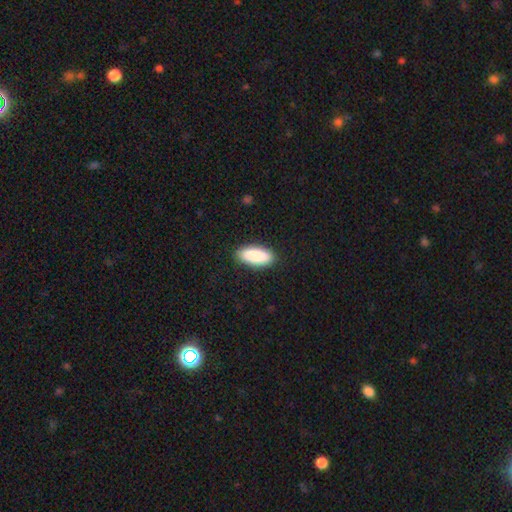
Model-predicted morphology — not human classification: A smooth galaxy with no disk features (89%) that is in between round and cigar-shaped (83%).

Vote fractions:
- Smooth or featured? smooth: 89% / featured or disk: 6% / star or artifact: 5%
- How rounded? in between: 83% / cigar-shaped: 15% / round: 2%
- Merging? none: 89% / minor disturbance: 8% / major disturbance: 2% / merger: 1%